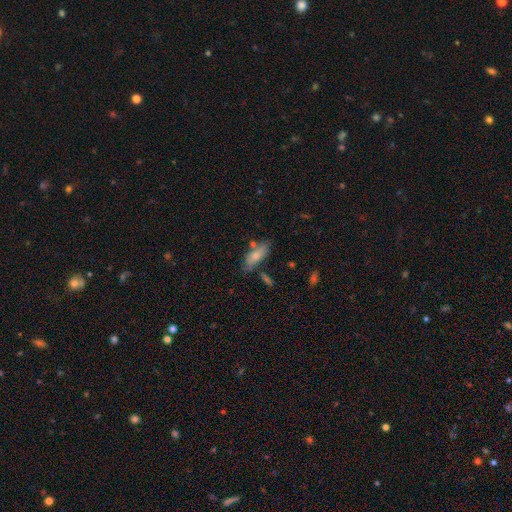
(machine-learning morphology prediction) Q: Smooth or featured?
A: smooth (72%); runner-up: featured or disk (21%)
Q: How rounded?
A: in between (69%); runner-up: cigar-shaped (28%)
Q: Merging?
A: none (65%); runner-up: minor disturbance (19%)